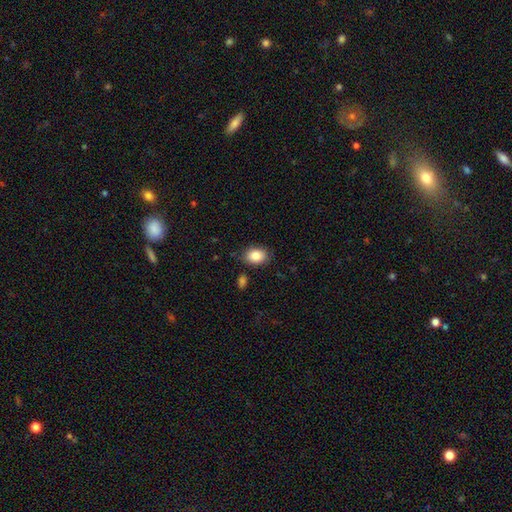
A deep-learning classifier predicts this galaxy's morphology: This is clearly a smooth galaxy (86%). How rounded: likely in between (69%). Merging: clearly none (83%).